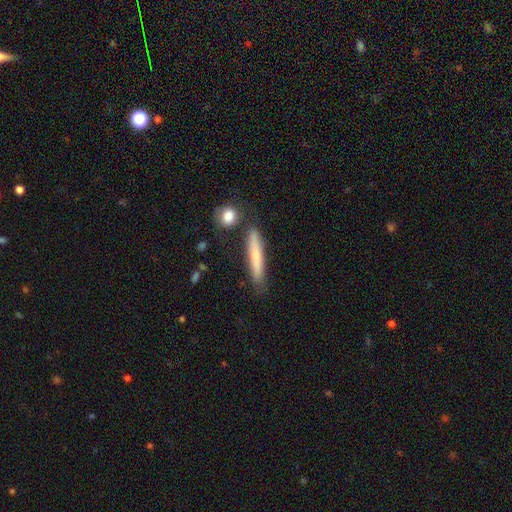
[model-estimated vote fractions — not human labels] smooth-or-featured: smooth: 68% | featured or disk: 26% | star or artifact: 7%
  how-rounded: cigar-shaped: 93% | in between: 5% | round: 2%
  merging: none: 80% | minor disturbance: 13% | merger: 4% | major disturbance: 3%